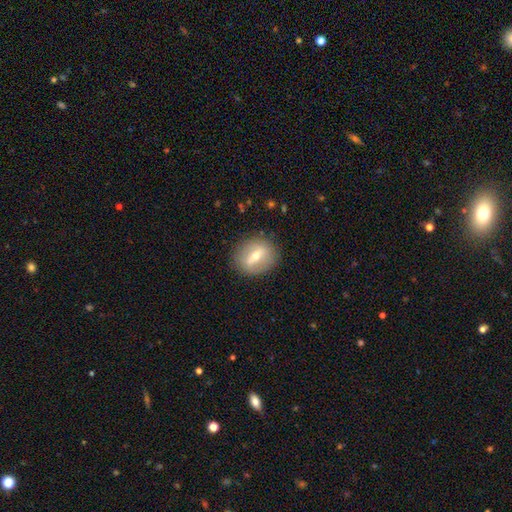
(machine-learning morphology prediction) This appears to be a featured or disk galaxy (49%). Merging: none (84%).